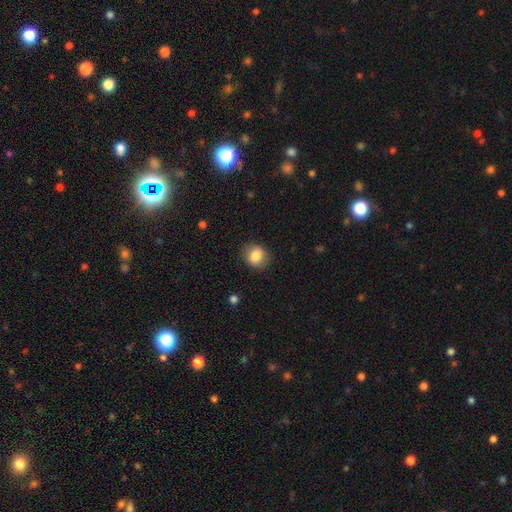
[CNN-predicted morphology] Smooth or featured? Predicted: smooth (p=0.82). How rounded? Predicted: round (p=0.70). Merging? Predicted: none (p=0.83).